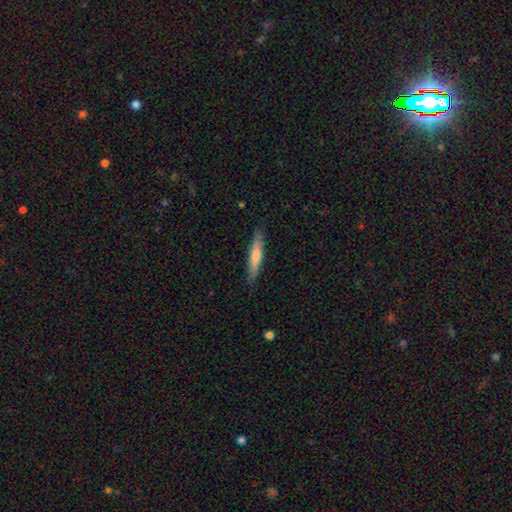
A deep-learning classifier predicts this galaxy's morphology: Smooth or featured? Predicted: smooth (p=0.60). How rounded? Predicted: cigar-shaped (p=0.93). Merging? Predicted: none (p=0.89).